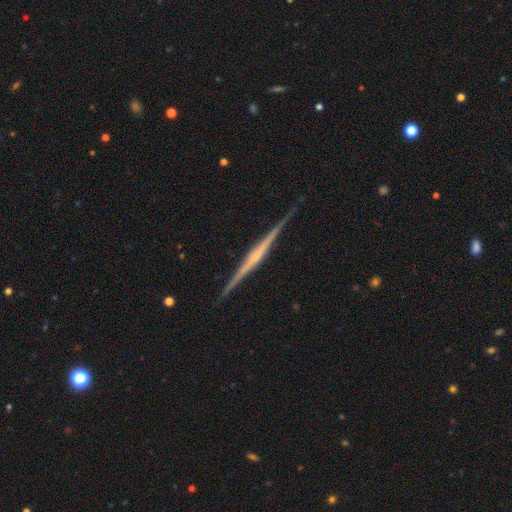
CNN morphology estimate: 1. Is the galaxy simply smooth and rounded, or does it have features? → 83% featured or disk, 12% smooth, 5% star or artifact.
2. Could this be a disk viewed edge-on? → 98% yes, 2% no.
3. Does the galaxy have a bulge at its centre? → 45% rounded, 37% none, 18% boxy.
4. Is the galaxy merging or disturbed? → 90% none, 8% minor disturbance, 1% major disturbance, 1% merger.